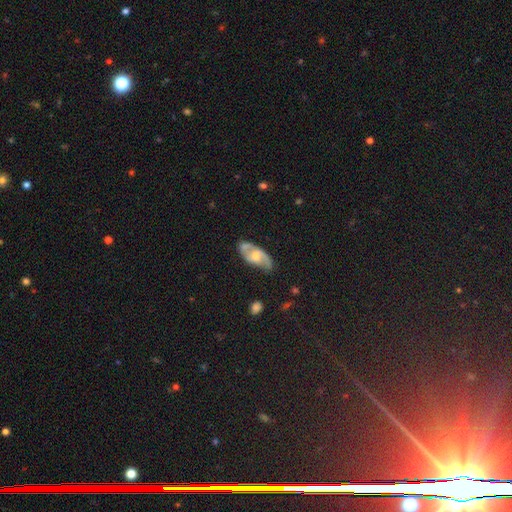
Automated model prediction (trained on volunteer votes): Smooth or featured? Predicted: featured or disk (p=0.73). Edge-on disk? Predicted: no (p=0.94). Bar? Predicted: no (p=0.48). Spiral arms? Predicted: yes (p=0.90). Spiral winding? Predicted: medium (p=0.50). Spiral arm count? Predicted: 2 (p=0.84). Bulge size? Predicted: moderate (p=0.49). Merging? Predicted: none (p=0.64).